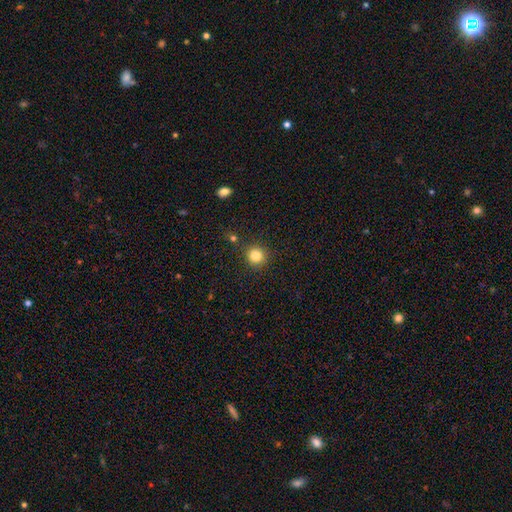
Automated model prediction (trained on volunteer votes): Smooth or featured?
  - smooth: 83% *
  - star or artifact: 12%
  - featured or disk: 5%
How rounded?
  - round: 93% *
  - in between: 6%
  - cigar-shaped: 1%
Merging?
  - none: 87% *
  - minor disturbance: 7%
  - merger: 3%
  - major disturbance: 2%